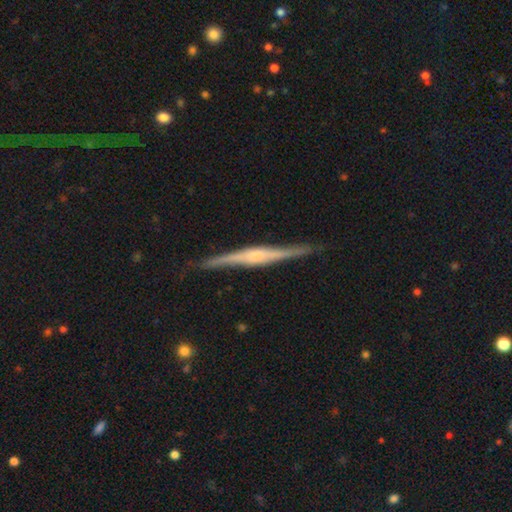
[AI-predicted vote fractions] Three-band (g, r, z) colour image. It shows a featured or disk galaxy (82%) viewed edge-on (98%) with a rounded central bulge (62%). Merging: none (87%).